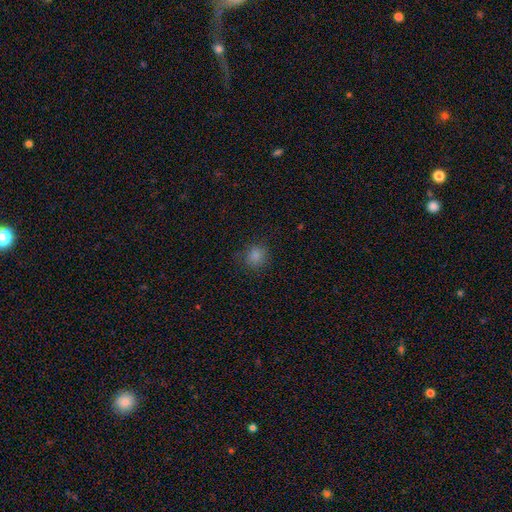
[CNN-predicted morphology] type=smooth (82%); roundness=round (81%); merging=none (84%).